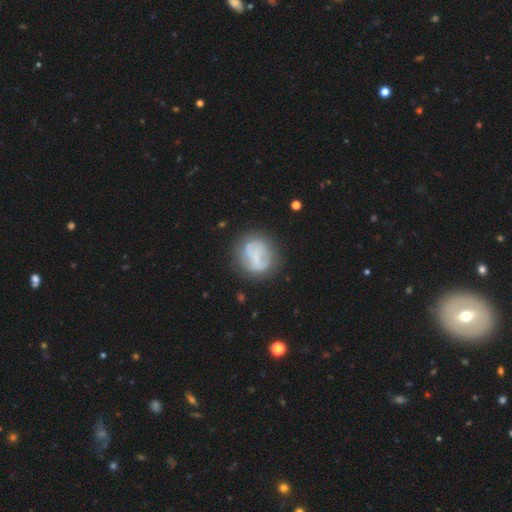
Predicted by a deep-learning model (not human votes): smooth_or_featured: featured or disk (p=0.52) [alt: smooth p=0.39]
disk_edge_on: no (p=0.96) [alt: yes p=0.04]
bar: no (p=0.42) [alt: weak p=0.31]
has_spiral_arms: no (p=0.56) [alt: yes p=0.44]
bulge_size: none (p=0.56) [alt: small p=0.28]
merging: none (p=0.63) [alt: minor disturbance p=0.21]